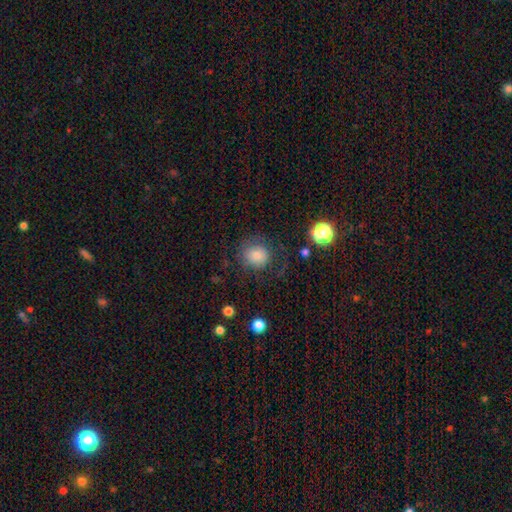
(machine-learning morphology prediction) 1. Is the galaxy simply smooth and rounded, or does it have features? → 74% smooth, 14% featured or disk, 12% star or artifact.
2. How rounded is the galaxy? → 83% round, 16% in between, 1% cigar-shaped.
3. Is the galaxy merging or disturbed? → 69% none, 16% minor disturbance, 13% major disturbance, 2% merger.